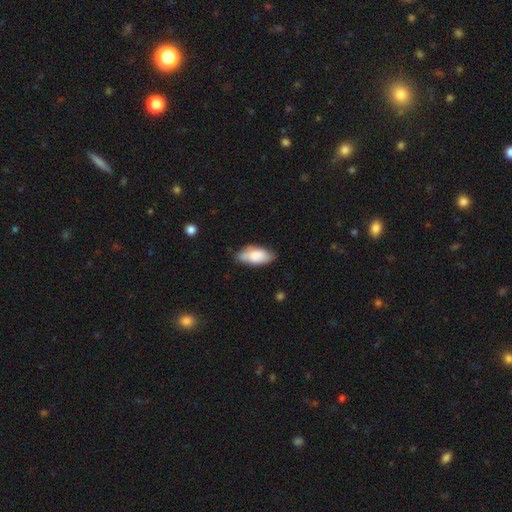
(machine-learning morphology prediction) A smooth galaxy with no disk features (79%) that is in between round and cigar-shaped (90%). Merging: none (70%).